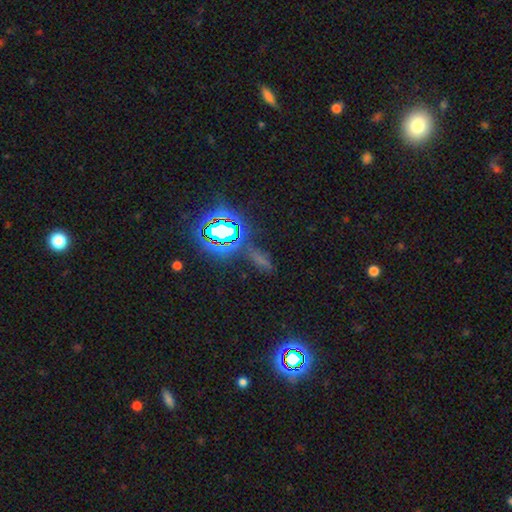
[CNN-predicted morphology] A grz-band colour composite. It shows a star or artifact, not a galaxy (71%).